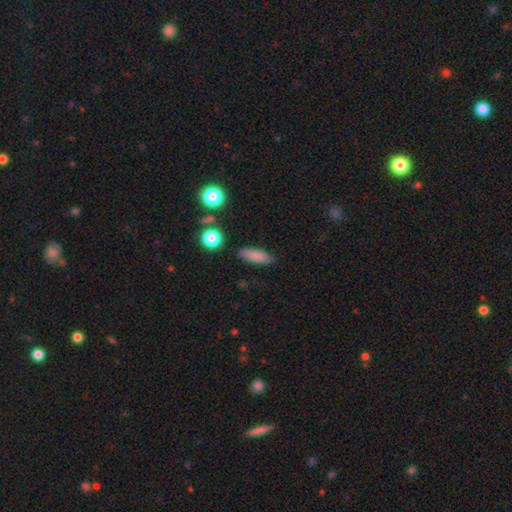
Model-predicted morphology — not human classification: Q: Smooth or featured?
A: smooth (83%); runner-up: star or artifact (9%)
Q: How rounded?
A: in between (65%); runner-up: cigar-shaped (31%)
Q: Merging?
A: none (84%); runner-up: minor disturbance (11%)